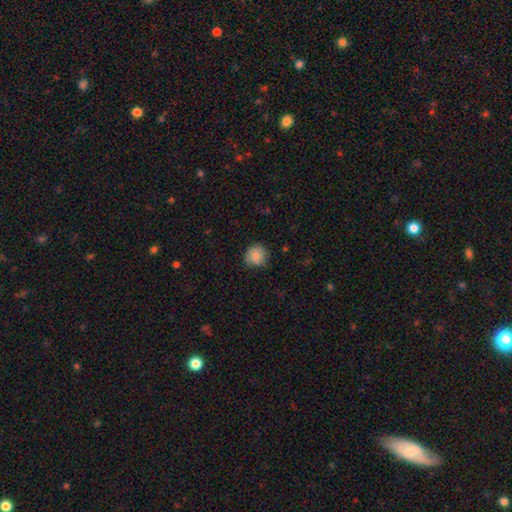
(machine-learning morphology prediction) Smooth or featured? Predicted: smooth (p=0.83). How rounded? Predicted: round (p=0.88). Merging? Predicted: none (p=0.74).